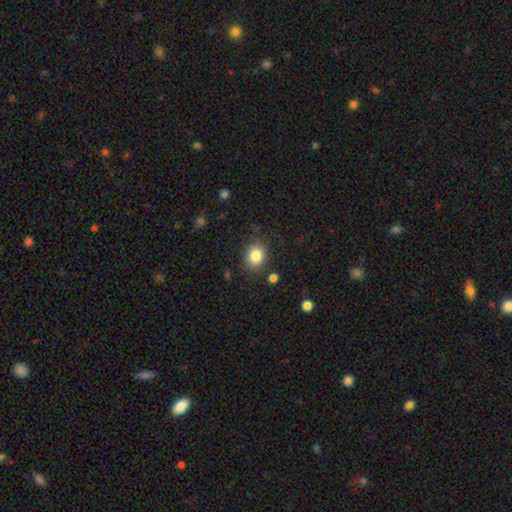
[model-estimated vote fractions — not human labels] This appears to be a smooth galaxy with no disk features (84%) that is round (52%). Merging: none (83%).